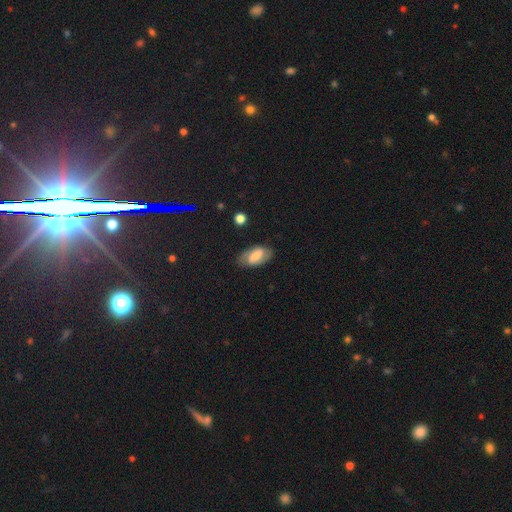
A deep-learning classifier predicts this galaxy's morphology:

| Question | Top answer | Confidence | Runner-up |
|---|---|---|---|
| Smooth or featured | featured or disk | 52% | smooth (40%) |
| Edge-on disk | no | 93% | yes (7%) |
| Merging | none | 78% | minor disturbance (16%) |